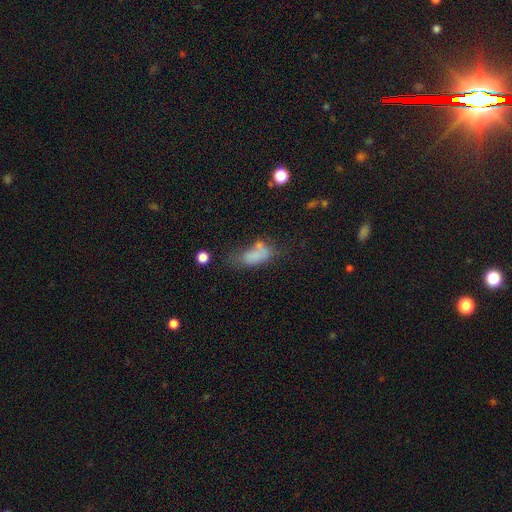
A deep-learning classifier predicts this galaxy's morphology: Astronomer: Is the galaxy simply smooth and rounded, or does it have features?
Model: smooth — 67%.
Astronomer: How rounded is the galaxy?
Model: in between — 85%.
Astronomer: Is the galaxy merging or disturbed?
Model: none — 29%, tied with major disturbance at 29%.